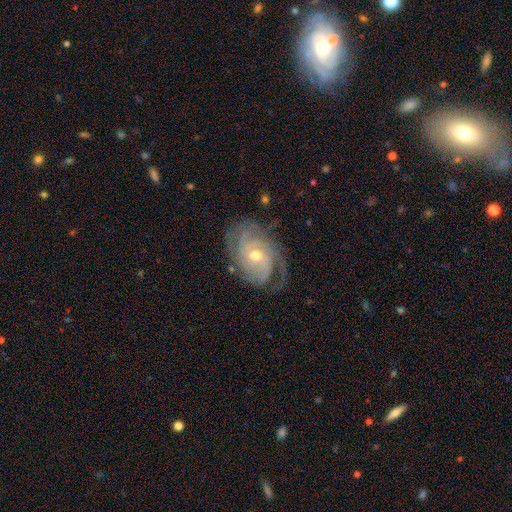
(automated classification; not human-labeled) featured or disk 87%, smooth 7%, star or artifact 6%. Down the decision tree: edge-on disk — no (96%); bar — no (62%); spiral arms — yes (96%); spiral arm count — can't tell (29%); spiral winding — tight (61%); bulge size — moderate (52%); merging — none (70%).